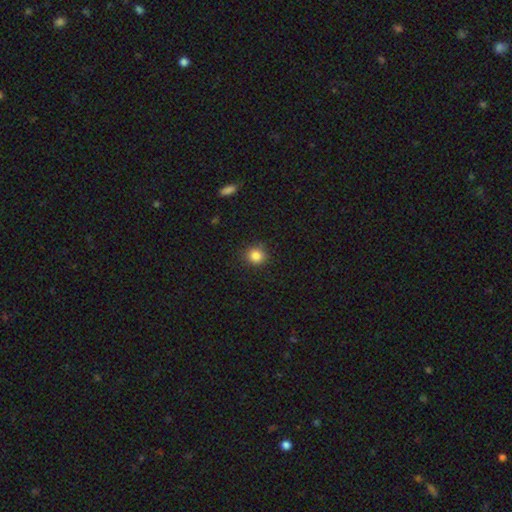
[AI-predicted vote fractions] smooth 85%, star or artifact 11%, featured or disk 4%. Down the decision tree: how rounded — round (89%); merging — none (86%).